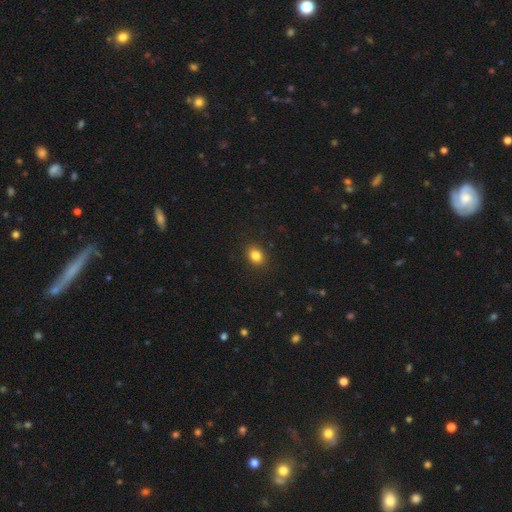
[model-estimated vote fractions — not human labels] Morphology: type=smooth (84%); roundness=in between (53%); merging=none (90%).